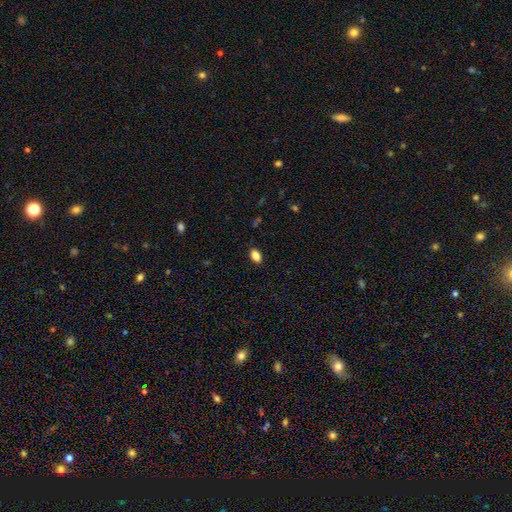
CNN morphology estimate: The model was most divided on "smooth or featured": smooth: 85%, star or artifact: 9%, featured or disk: 6%. More confident: how rounded — in between (89%); merging — none (88%).